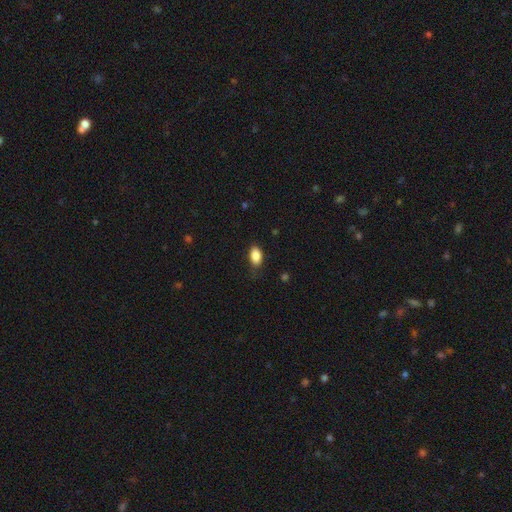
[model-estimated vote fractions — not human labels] A smooth galaxy with no disk features (87%) that is in between round and cigar-shaped (90%). Merging: none (76%).